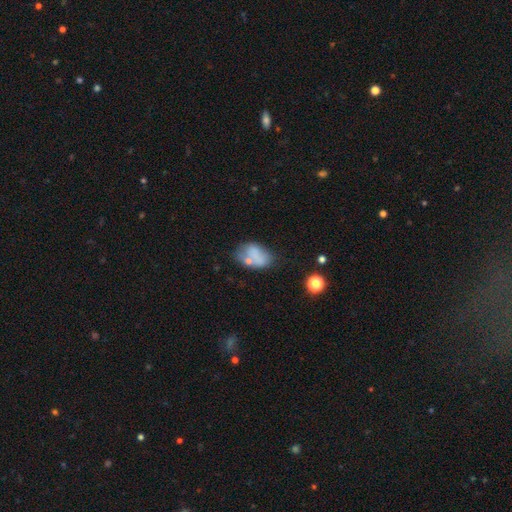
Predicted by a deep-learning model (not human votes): Smooth or featured? smooth (65%)
How rounded? in between (85%)
Merging? none (40%)